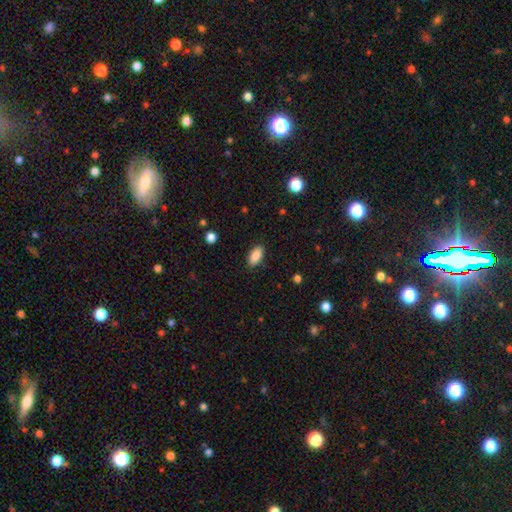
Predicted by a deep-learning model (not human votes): Overall: smooth (89%). How rounded: in between (92%). Merging: none (88%).